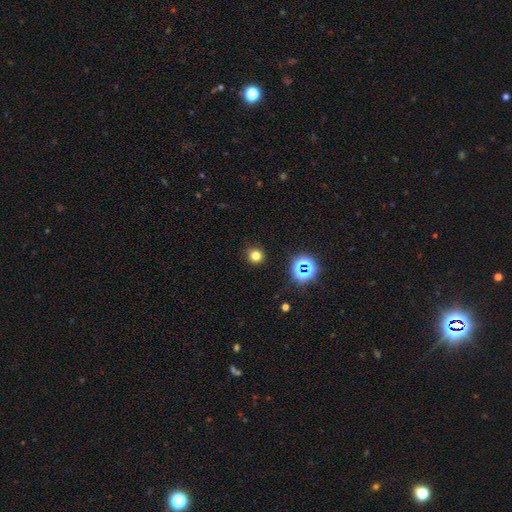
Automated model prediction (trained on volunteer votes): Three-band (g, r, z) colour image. It shows a smooth galaxy with no disk features (74%) that is round (92%). Merging: none (89%).